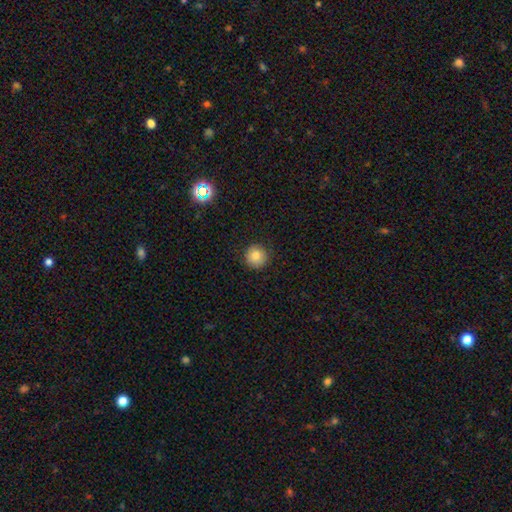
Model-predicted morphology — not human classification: smooth_or_featured: smooth (p=0.83) [alt: star or artifact p=0.11]
how_rounded: round (p=0.94) [alt: in between p=0.05]
merging: none (p=0.89) [alt: minor disturbance p=0.08]